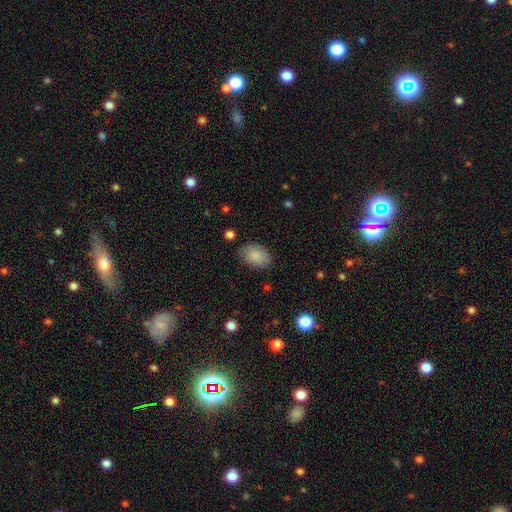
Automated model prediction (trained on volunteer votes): Q: Smooth or featured?
A: smooth (87%); runner-up: star or artifact (7%)
Q: How rounded?
A: in between (85%); runner-up: round (13%)
Q: Merging?
A: none (82%); runner-up: minor disturbance (14%)